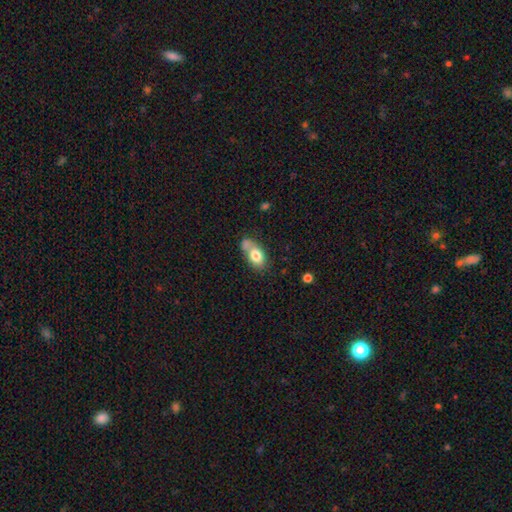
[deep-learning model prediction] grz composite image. It shows a smooth galaxy with no disk features (75%) that is in between round and cigar-shaped (83%). Merging: none (39%).